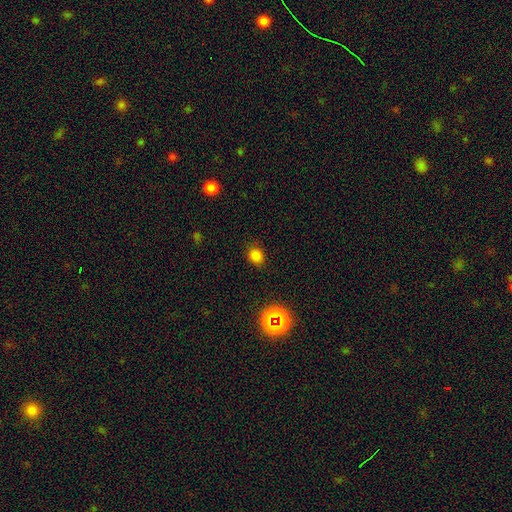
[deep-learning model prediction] This is likely a smooth galaxy (77%). How rounded: possibly round (57%). Merging: clearly none (83%).